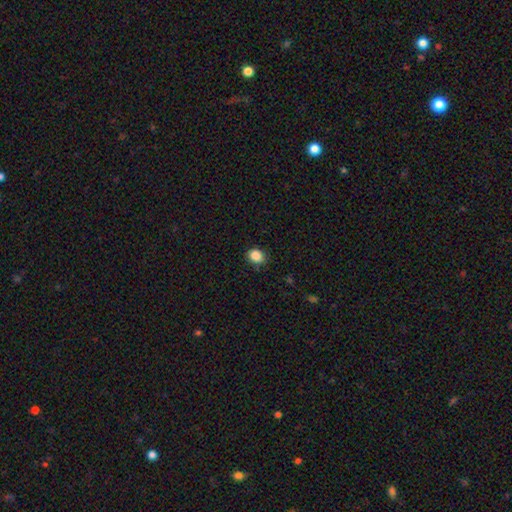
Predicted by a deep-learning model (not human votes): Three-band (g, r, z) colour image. It shows a smooth galaxy with no disk features (87%) that is round (50%). Merging: none (80%).